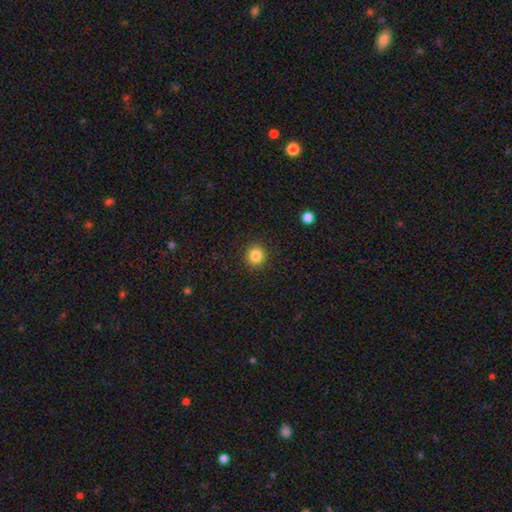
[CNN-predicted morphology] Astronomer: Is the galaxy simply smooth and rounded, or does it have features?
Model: smooth — 84%.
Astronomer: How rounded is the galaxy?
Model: round — 91%.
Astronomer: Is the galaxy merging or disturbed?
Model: none — 91%.